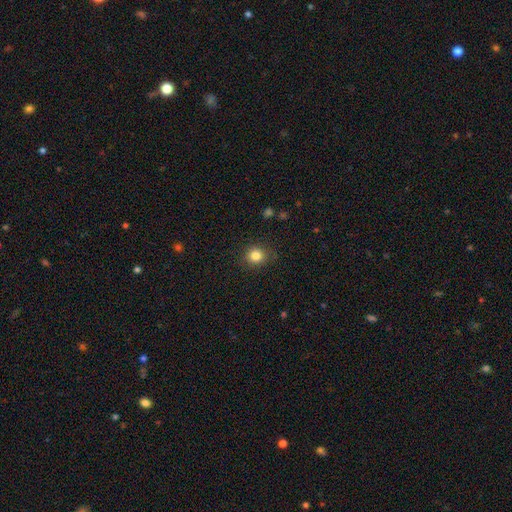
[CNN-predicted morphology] smooth_or_featured: smooth (p=0.83) [alt: star or artifact p=0.12]
how_rounded: round (p=0.82) [alt: in between p=0.17]
merging: none (p=0.87) [alt: minor disturbance p=0.09]